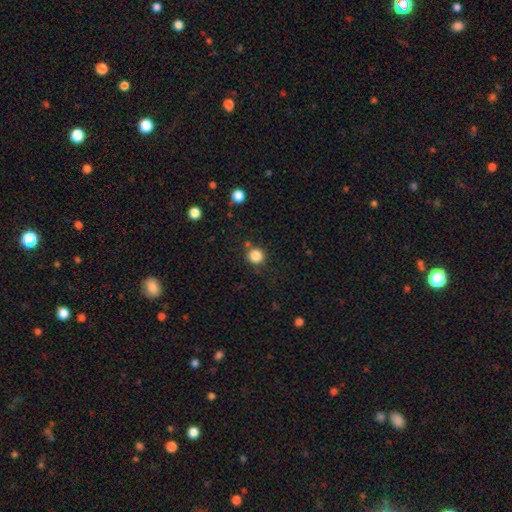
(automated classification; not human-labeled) A smooth galaxy with no disk features (84%) that is round (94%).

Vote fractions:
- Smooth or featured? smooth: 84% / star or artifact: 12% / featured or disk: 4%
- How rounded? round: 94% / in between: 5% / cigar-shaped: 1%
- Merging? none: 80% / minor disturbance: 10% / merger: 7% / major disturbance: 3%